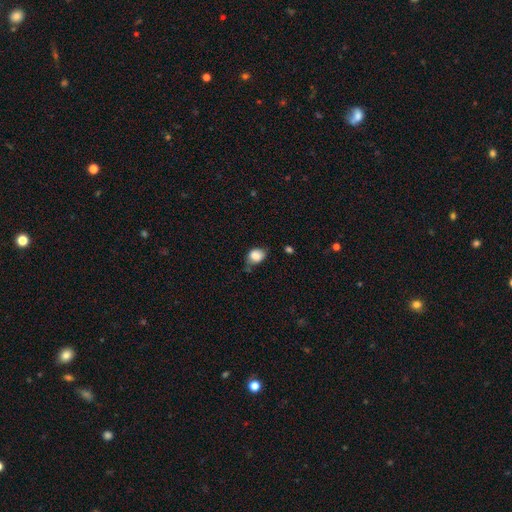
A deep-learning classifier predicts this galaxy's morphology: Smooth or featured? smooth (84%)
How rounded? in between (57%)
Merging? none (53%)